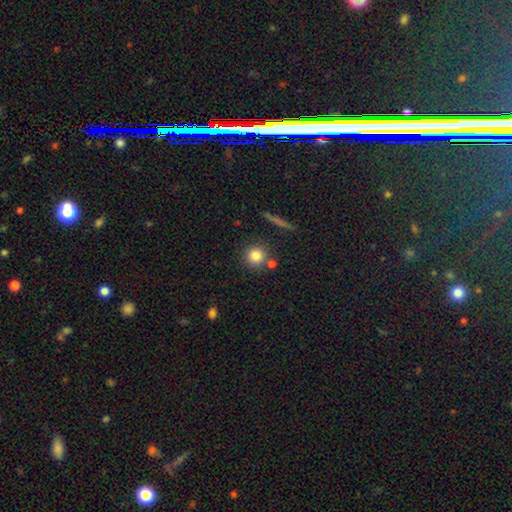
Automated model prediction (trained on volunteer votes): A smooth galaxy with no disk features (82%) that is round (92%).

Vote fractions:
- Smooth or featured? smooth: 82% / star or artifact: 10% / featured or disk: 8%
- How rounded? round: 92% / in between: 7% / cigar-shaped: 2%
- Merging? none: 77% / merger: 11% / minor disturbance: 9% / major disturbance: 3%